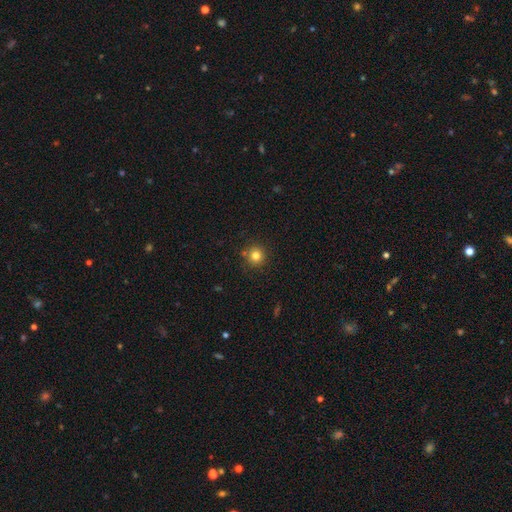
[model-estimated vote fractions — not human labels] This appears to be a smooth galaxy with no disk features (81%) that is round (94%). Merging: none (85%).